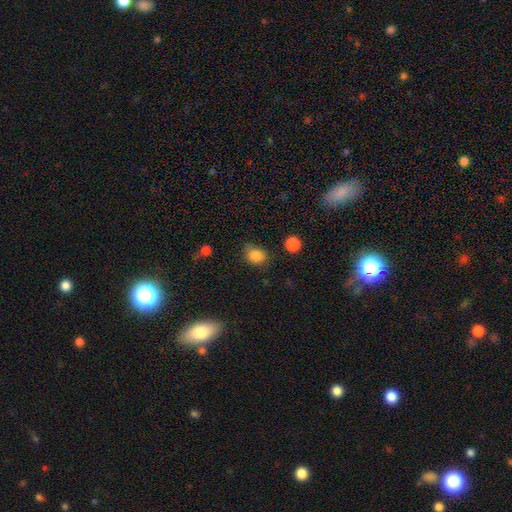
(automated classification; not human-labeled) A smooth galaxy with no disk features (85%) that is round (54%). Merging: none (68%).